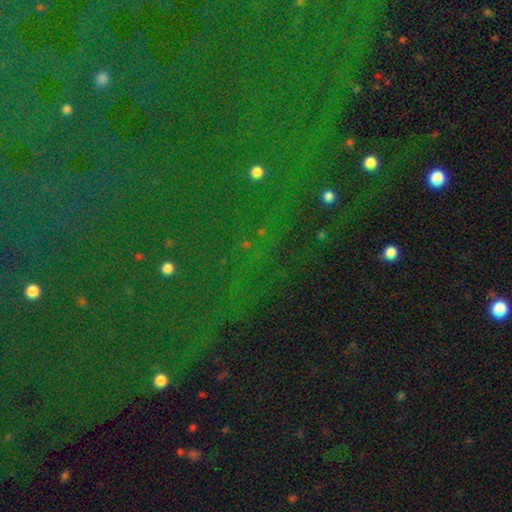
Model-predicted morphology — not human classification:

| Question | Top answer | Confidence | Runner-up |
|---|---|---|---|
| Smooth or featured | star or artifact | 85% | smooth (8%) |